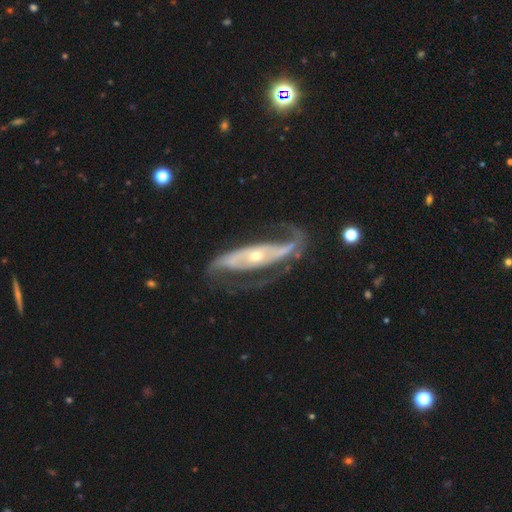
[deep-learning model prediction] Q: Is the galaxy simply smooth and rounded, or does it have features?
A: featured or disk — 88%.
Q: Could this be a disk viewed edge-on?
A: no — 88%.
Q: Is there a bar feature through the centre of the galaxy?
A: no — 47%.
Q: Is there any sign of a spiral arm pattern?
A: yes — 93%.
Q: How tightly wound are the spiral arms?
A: medium — 42%.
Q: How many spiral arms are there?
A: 2 — 86%.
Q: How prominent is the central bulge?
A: small — 63%.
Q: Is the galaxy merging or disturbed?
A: none — 61%.